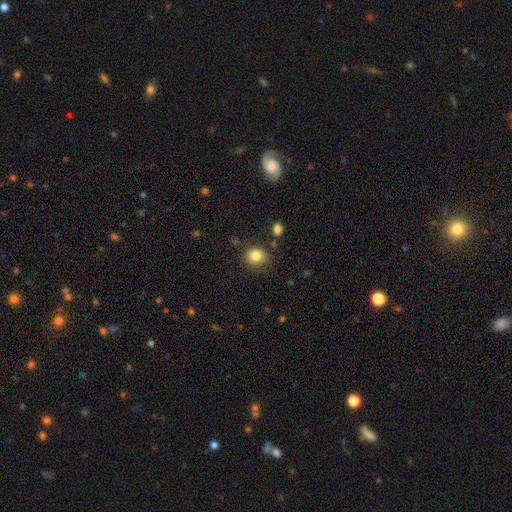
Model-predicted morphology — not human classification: Q: Smooth or featured?
A: smooth (83%); runner-up: star or artifact (11%)
Q: How rounded?
A: round (80%); runner-up: in between (19%)
Q: Merging?
A: none (80%); runner-up: minor disturbance (13%)